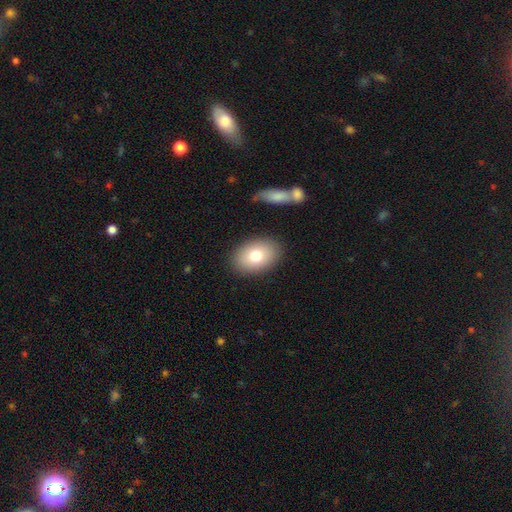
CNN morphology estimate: This appears to be a smooth galaxy with no disk features (76%) that is in between round and cigar-shaped (81%). Merging: none (86%).